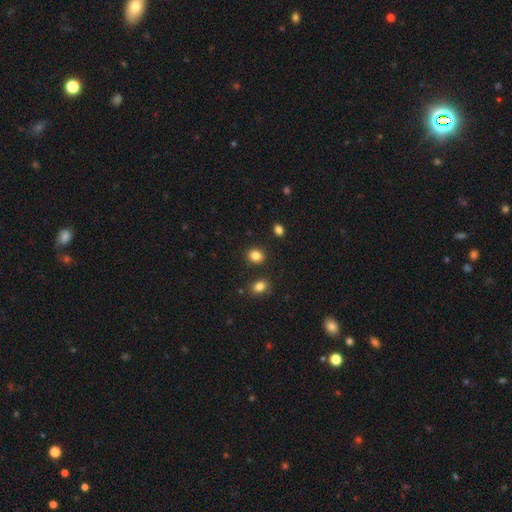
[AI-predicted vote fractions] Overall: smooth (85%). How rounded: round (66%; in between 33%). Merging: none (86%).